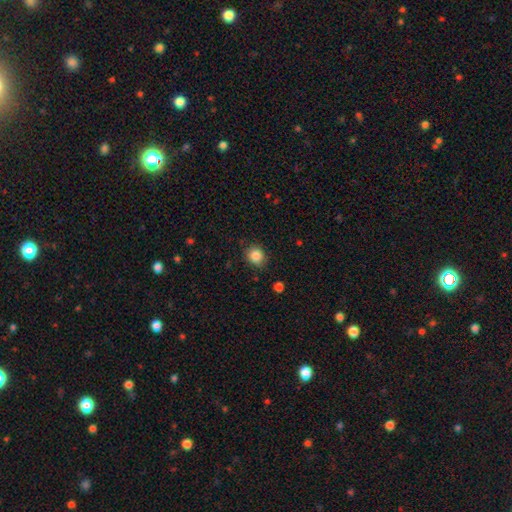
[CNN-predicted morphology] Smooth or featured? Predicted: smooth (p=0.86). How rounded? Predicted: round (p=0.78). Merging? Predicted: none (p=0.85).